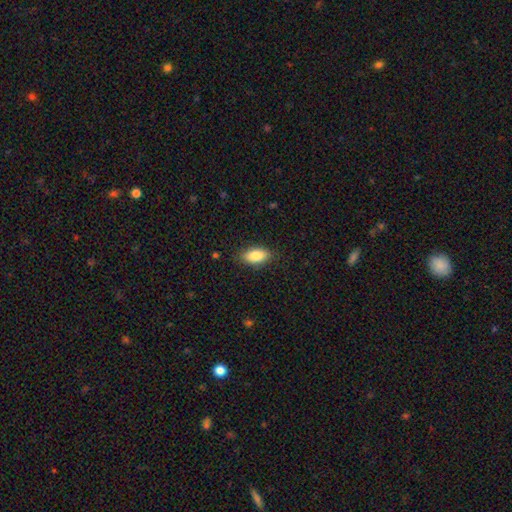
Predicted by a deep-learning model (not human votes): smooth-or-featured: smooth: 86% | featured or disk: 7% | star or artifact: 7%
  how-rounded: in between: 91% | cigar-shaped: 6% | round: 3%
  merging: none: 85% | minor disturbance: 11% | major disturbance: 3% | merger: 1%